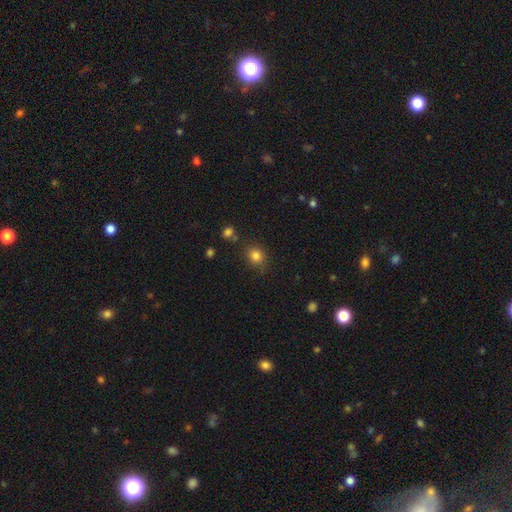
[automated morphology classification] Smooth or featured? smooth (82%)
How rounded? round (76%)
Merging? none (81%)